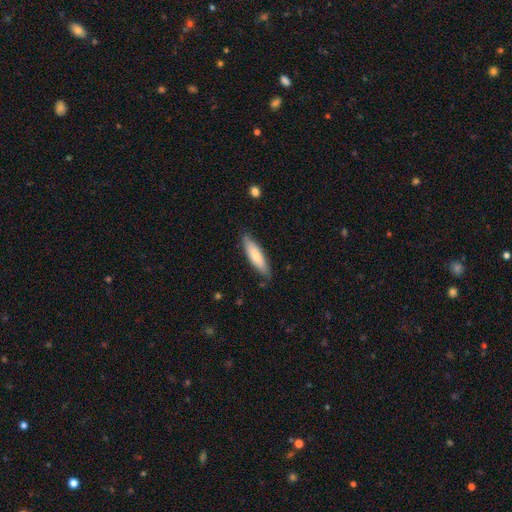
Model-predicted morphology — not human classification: The model was most divided on "how rounded": cigar-shaped: 65%, in between: 33%, round: 1%. More confident: merging — none (82%); smooth or featured — smooth (76%).